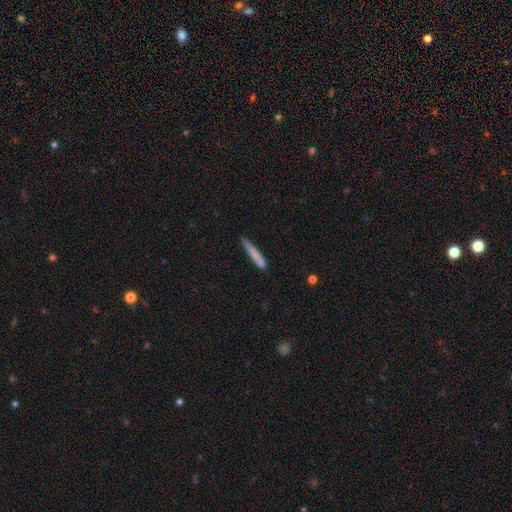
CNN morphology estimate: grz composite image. It shows a smooth galaxy with no disk features (77%) that is cigar-shaped (96%). Merging: none (78%).